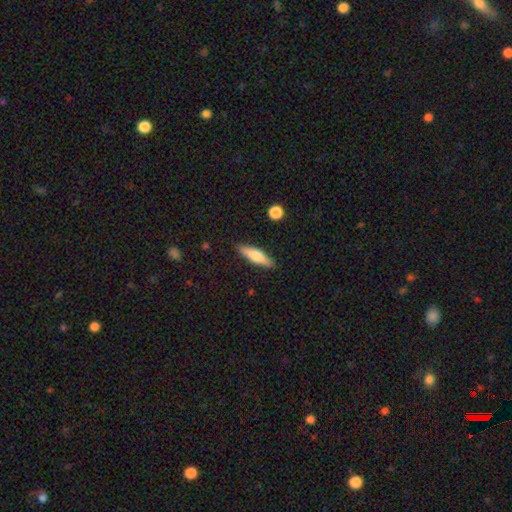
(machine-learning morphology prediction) A smooth galaxy with no disk features (64%) that is cigar-shaped (66%).

Vote fractions:
- Smooth or featured? smooth: 64% / featured or disk: 30% / star or artifact: 6%
- How rounded? cigar-shaped: 66% / in between: 32% / round: 2%
- Merging? none: 88% / minor disturbance: 9% / major disturbance: 2% / merger: 1%